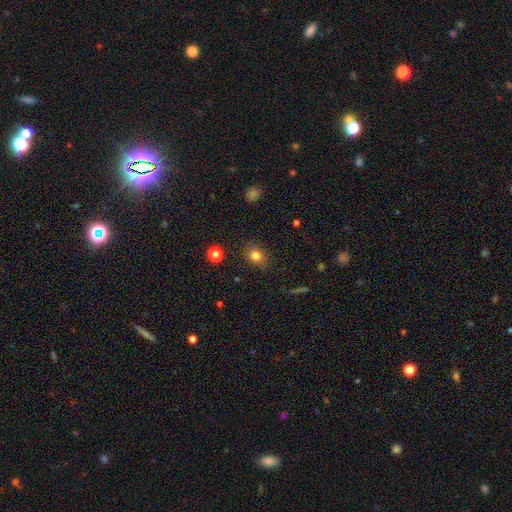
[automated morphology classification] smooth_or_featured: smooth (p=0.81) [alt: star or artifact p=0.12]
how_rounded: round (p=0.57) [alt: in between p=0.42]
merging: none (p=0.81) [alt: minor disturbance p=0.14]